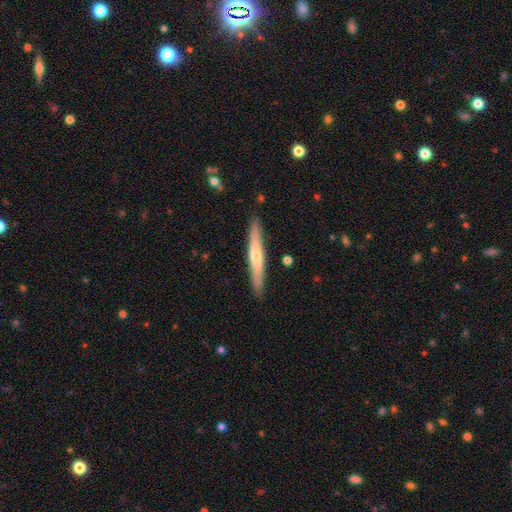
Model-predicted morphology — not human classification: A featured or disk galaxy (48%).

Vote fractions:
- Smooth or featured? featured or disk: 48% / smooth: 46% / star or artifact: 5%
- Merging? none: 89% / minor disturbance: 8% / major disturbance: 2% / merger: 1%